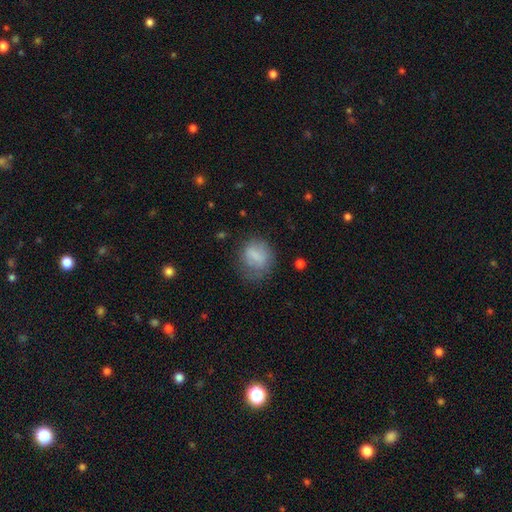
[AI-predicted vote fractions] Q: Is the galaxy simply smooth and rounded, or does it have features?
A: smooth — 73%.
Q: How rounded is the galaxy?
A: round — 63%.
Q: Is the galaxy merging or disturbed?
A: none — 55%.